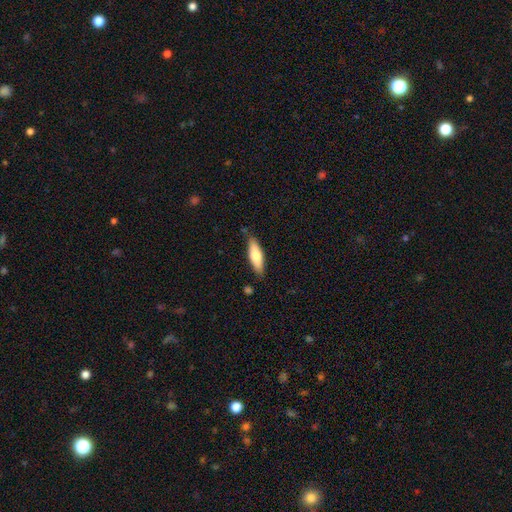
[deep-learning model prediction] This appears to be a smooth galaxy with no disk features (68%) that is cigar-shaped (54%). Merging: none (82%).